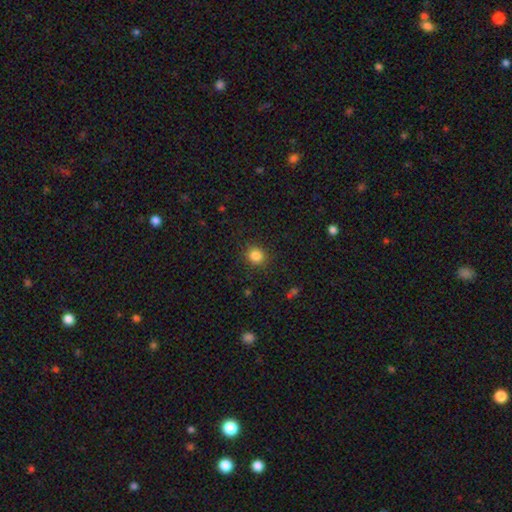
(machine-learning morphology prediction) A smooth galaxy with no disk features (84%) that is round (85%).

Vote fractions:
- Smooth or featured? smooth: 84% / star or artifact: 11% / featured or disk: 4%
- How rounded? round: 85% / in between: 14% / cigar-shaped: 1%
- Merging? none: 89% / minor disturbance: 8% / major disturbance: 3% / merger: 1%